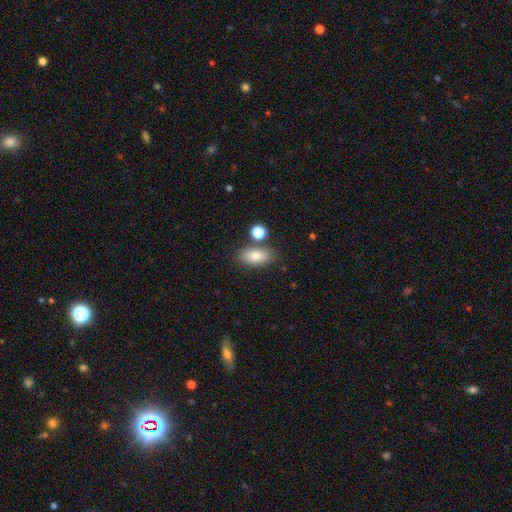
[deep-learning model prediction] smooth_or_featured: smooth (p=0.84) [alt: featured or disk p=0.08]
how_rounded: in between (p=0.88) [alt: cigar-shaped p=0.07]
merging: none (p=0.75) [alt: minor disturbance p=0.12]